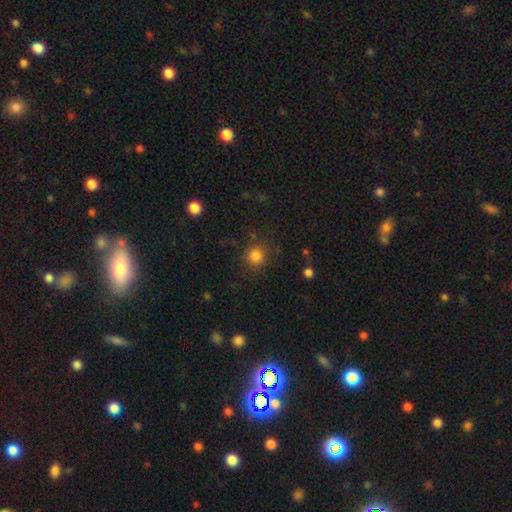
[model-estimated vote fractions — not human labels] smooth-or-featured: smooth: 83% | star or artifact: 12% | featured or disk: 5%
  how-rounded: round: 90% | in between: 9% | cigar-shaped: 1%
  merging: none: 83% | minor disturbance: 10% | major disturbance: 4% | merger: 2%